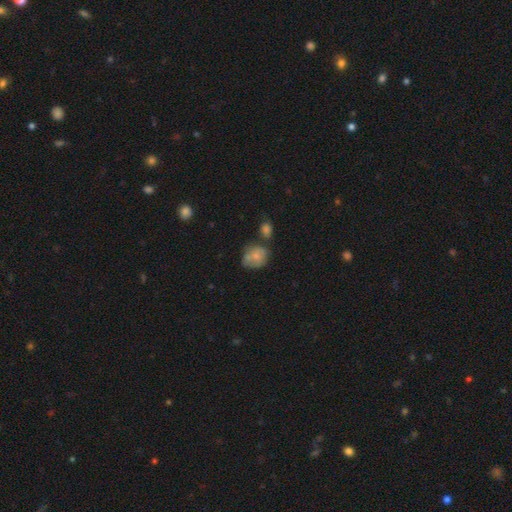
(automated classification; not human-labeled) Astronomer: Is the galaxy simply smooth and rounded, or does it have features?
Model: smooth — 69%.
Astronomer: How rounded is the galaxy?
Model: round — 61% (runner-up: in between, 39%).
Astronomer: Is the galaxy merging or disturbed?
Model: none — 44% (runner-up: minor disturbance, 25%).